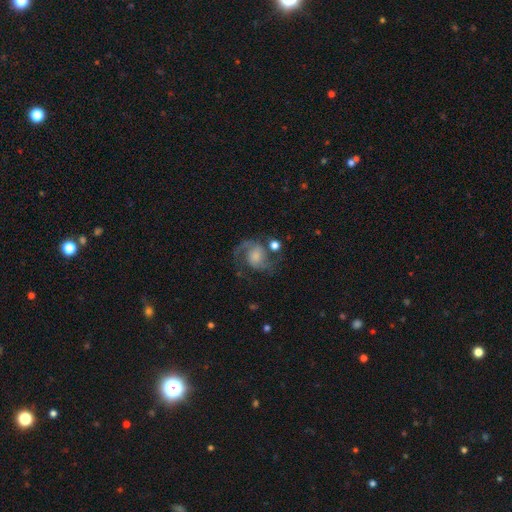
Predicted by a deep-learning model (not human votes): Overall: featured or disk (80%). Edge-on disk: no (98%). Bar: no (58%; weak 35%). Spiral arms: yes (95%). Spiral arm count: 2 (86%). Spiral winding: medium (53%; loose 32%). Bulge size: small (32%; moderate 28%). Merging: none (61%).